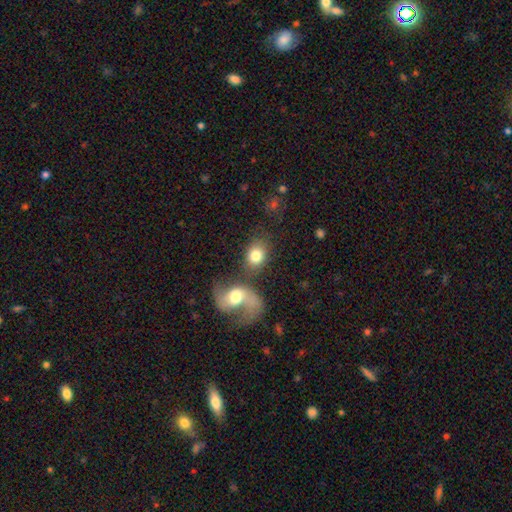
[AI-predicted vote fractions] smooth 73%, featured or disk 20%, star or artifact 8%. Down the decision tree: how rounded — in between (57%); merging — none (46%).